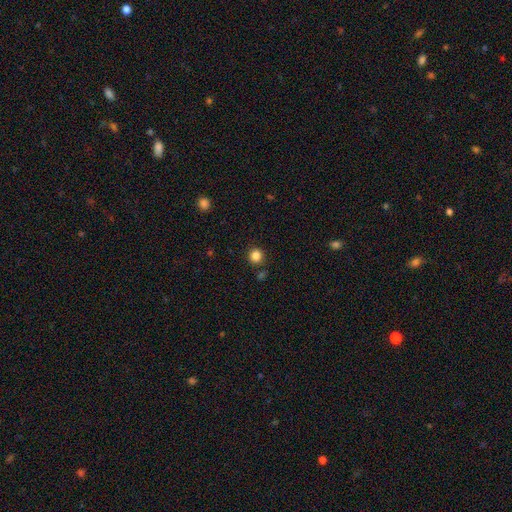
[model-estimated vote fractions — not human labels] Smooth or featured?
  - smooth: 85% *
  - star or artifact: 12%
  - featured or disk: 3%
How rounded?
  - round: 93% *
  - in between: 6%
  - cigar-shaped: 1%
Merging?
  - none: 88% *
  - minor disturbance: 7%
  - merger: 4%
  - major disturbance: 2%